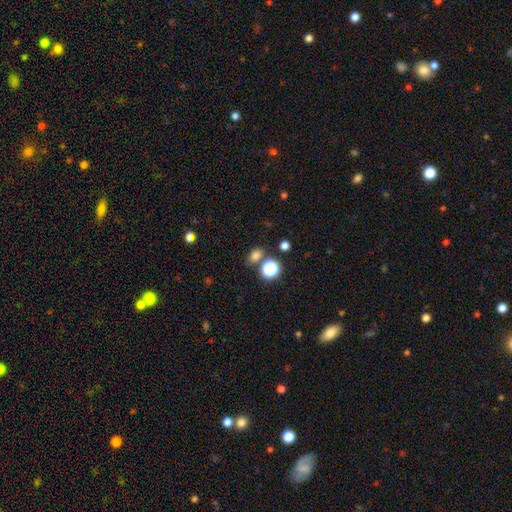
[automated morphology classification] Smooth or featured: smooth — 74% (star or artifact — 20%)
How rounded: in between — 62% (round — 36%)
Merging: none — 72% (merger — 13%)